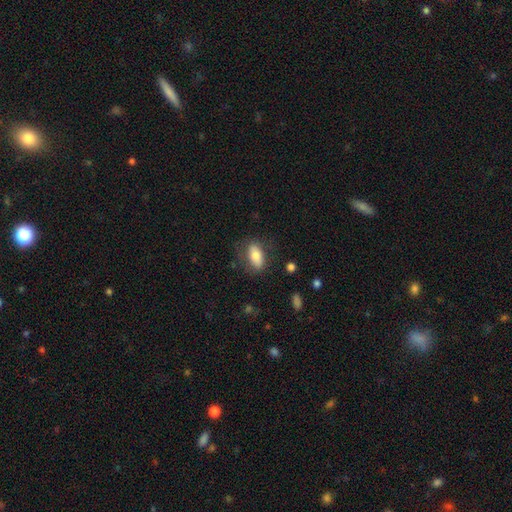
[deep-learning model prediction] Overall: smooth (74%). How rounded: in between (87%). Merging: none (73%).